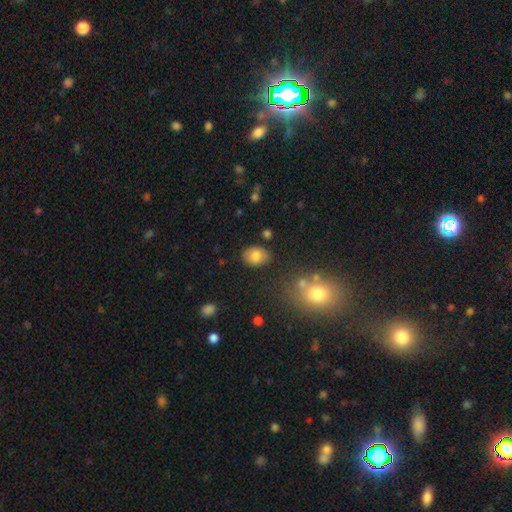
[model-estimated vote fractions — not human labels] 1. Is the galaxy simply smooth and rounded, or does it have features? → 80% smooth, 12% featured or disk, 9% star or artifact.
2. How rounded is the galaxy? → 68% in between, 30% round, 1% cigar-shaped.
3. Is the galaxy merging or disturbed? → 84% none, 11% minor disturbance, 3% major disturbance, 2% merger.